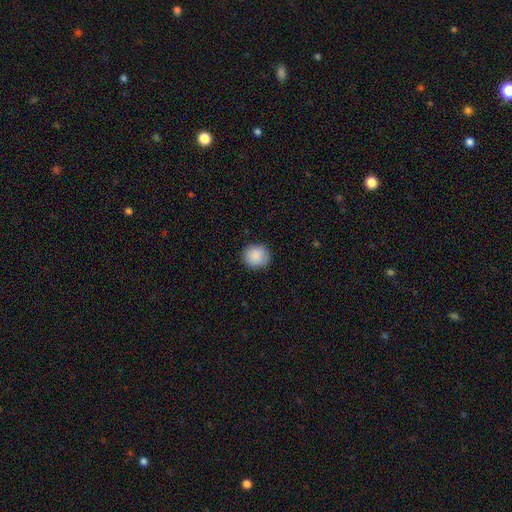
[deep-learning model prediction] Smooth or featured: smooth — 89% (star or artifact — 7%)
How rounded: round — 84% (in between — 15%)
Merging: none — 89% (minor disturbance — 8%)